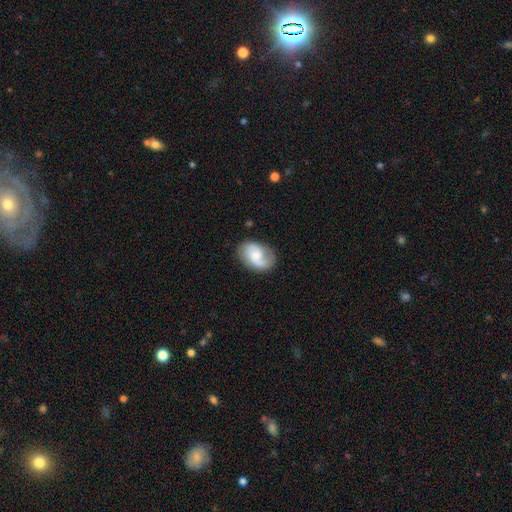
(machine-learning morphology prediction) smooth-or-featured: featured or disk: 59% | smooth: 34% | star or artifact: 7%
  disk-edge-on: no: 97% | yes: 3%
    bar: no: 56% | weak: 37% | strong: 7%
    has-spiral-arms: yes: 89% | no: 11%
      spiral-winding: medium: 42% | loose: 35% | tight: 23%
      spiral-arm-count: 2: 69% | 1: 20% | can't tell: 9% | 3: 1% | 4: 1% | more than 4: 1%
    bulge-size: moderate: 45% | small: 43% | large: 6% | none: 5% | dominant: 1%
  merging: none: 72% | minor disturbance: 20% | major disturbance: 7% | merger: 2%